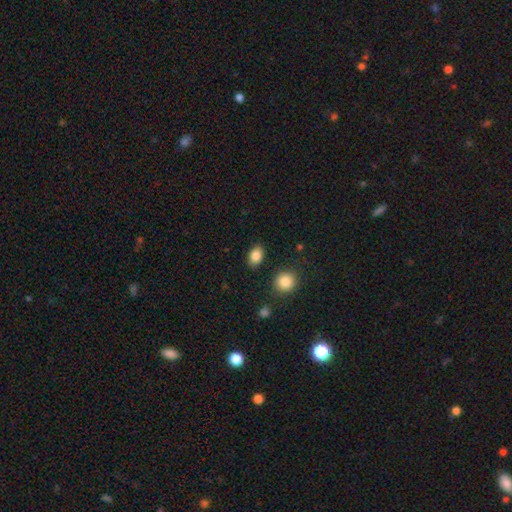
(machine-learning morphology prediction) Q: Smooth or featured?
A: smooth (86%); runner-up: star or artifact (9%)
Q: How rounded?
A: in between (77%); runner-up: round (21%)
Q: Merging?
A: none (86%); runner-up: minor disturbance (9%)